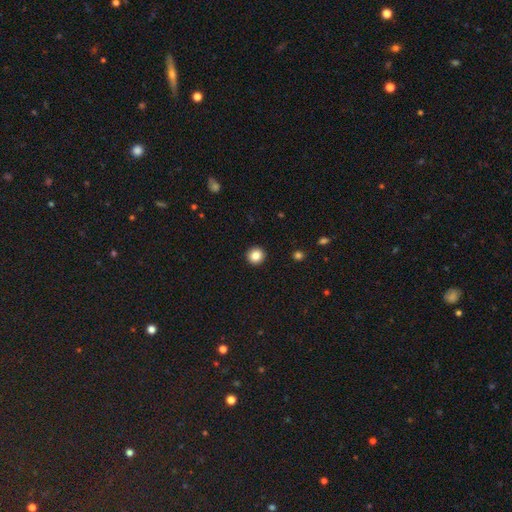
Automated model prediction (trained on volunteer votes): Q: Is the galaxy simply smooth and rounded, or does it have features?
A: smooth — 85%.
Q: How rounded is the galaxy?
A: round — 94%.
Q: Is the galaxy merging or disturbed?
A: none — 94%.